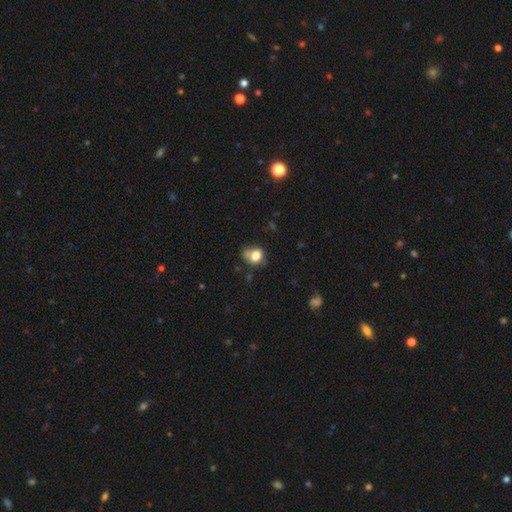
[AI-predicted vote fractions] This appears to be a smooth galaxy with no disk features (78%) that is round (55%). Merging: none (46%).